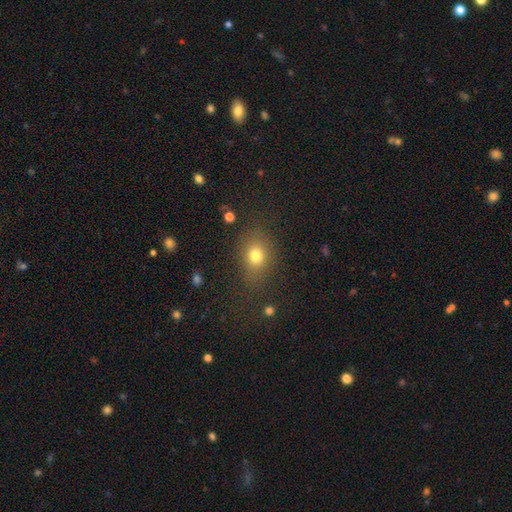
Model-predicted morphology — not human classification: Overall: smooth (76%). How rounded: in between (54%; round 44%). Merging: none (76%).